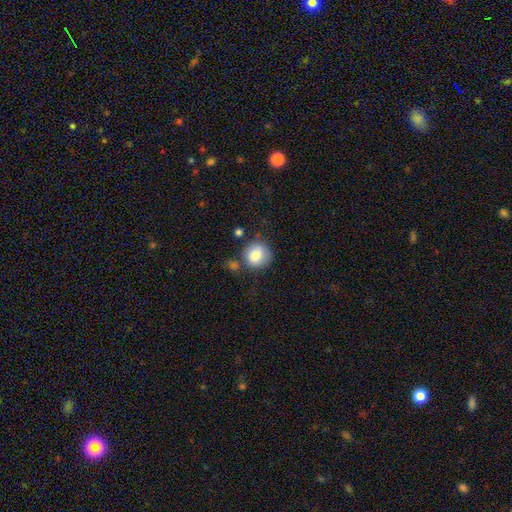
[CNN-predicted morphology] smooth-or-featured: smooth: 85% | star or artifact: 8% | featured or disk: 7%
  how-rounded: round: 88% | in between: 11% | cigar-shaped: 1%
  merging: none: 71% | minor disturbance: 15% | merger: 9% | major disturbance: 5%